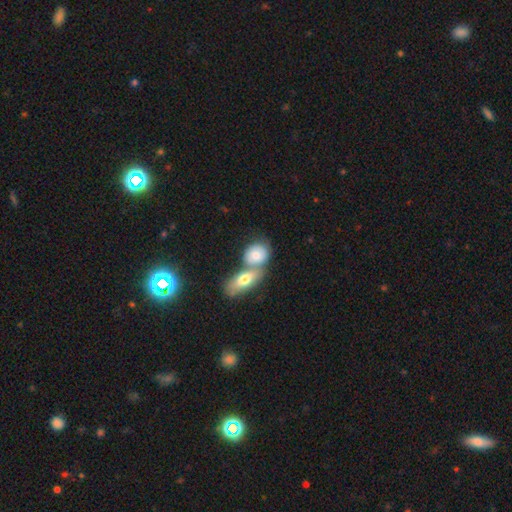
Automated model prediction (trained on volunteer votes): This is likely a smooth galaxy (72%). How rounded: possibly in between (60%). Merging: possibly merger (55%).